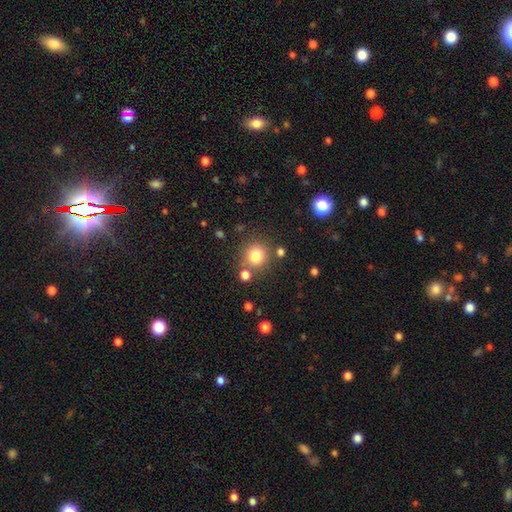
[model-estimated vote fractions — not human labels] A smooth galaxy with no disk features (80%) that is round (92%). Merging: none (79%).